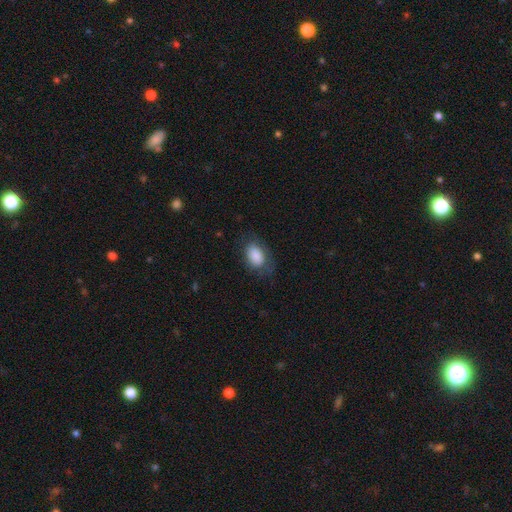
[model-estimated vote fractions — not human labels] Smooth or featured: smooth — 84% (featured or disk — 9%)
How rounded: in between — 89% (round — 9%)
Merging: none — 66% (minor disturbance — 22%)